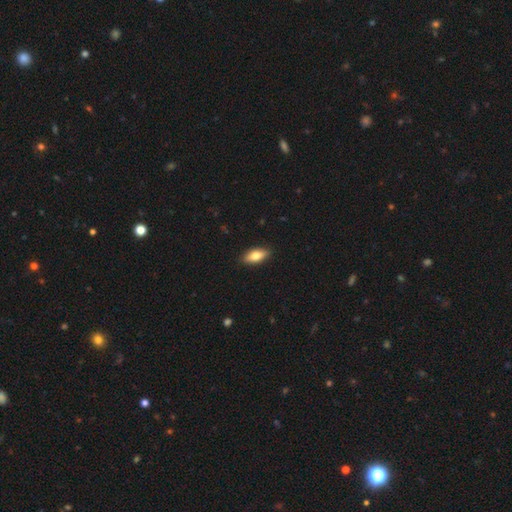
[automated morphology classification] A smooth galaxy with no disk features (76%) that is in between round and cigar-shaped (82%). Merging: none (89%).